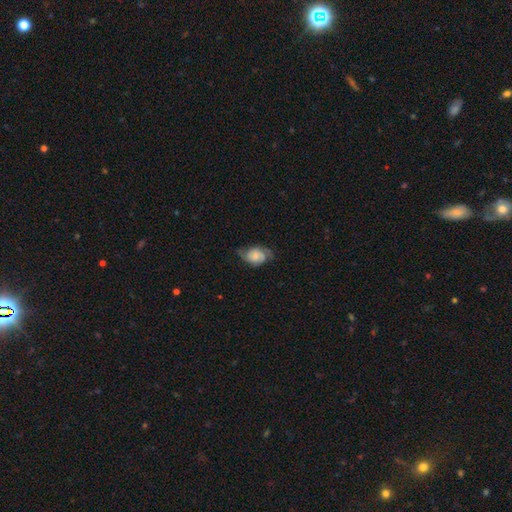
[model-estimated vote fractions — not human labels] Smooth or featured? Predicted: featured or disk (p=0.59). Edge-on disk? Predicted: no (p=0.97). Bar? Predicted: no (p=0.64). Spiral arms? Predicted: yes (p=0.90). Spiral winding? Predicted: medium (p=0.45). Spiral arm count? Predicted: 2 (p=0.78). Bulge size? Predicted: small (p=0.44). Merging? Predicted: none (p=0.55).